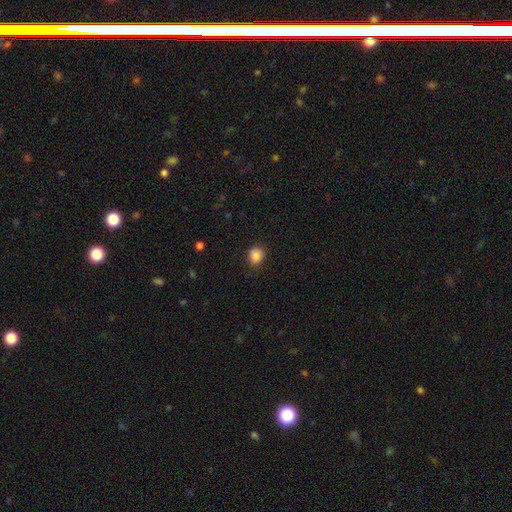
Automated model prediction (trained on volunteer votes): A smooth galaxy with no disk features (85%) that is round (76%). Merging: none (77%).